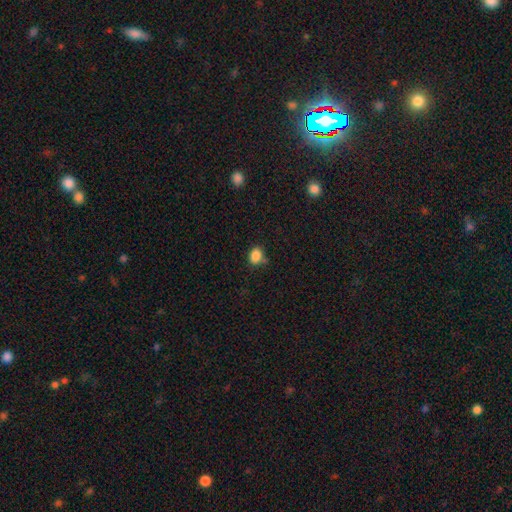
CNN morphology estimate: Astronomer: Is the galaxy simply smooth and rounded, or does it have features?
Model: smooth — 86%.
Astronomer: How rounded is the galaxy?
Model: in between — 56% (runner-up: round, 43%).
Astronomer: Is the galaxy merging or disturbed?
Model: none — 70%.